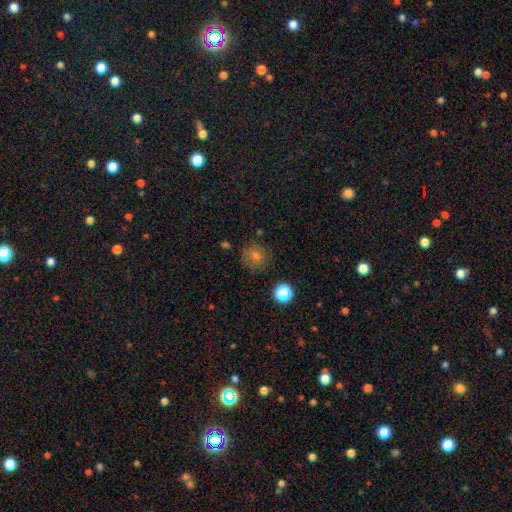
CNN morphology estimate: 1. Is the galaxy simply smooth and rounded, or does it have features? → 65% smooth, 21% star or artifact, 14% featured or disk.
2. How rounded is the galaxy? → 93% round, 6% in between, 1% cigar-shaped.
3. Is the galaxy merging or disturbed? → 84% none, 11% minor disturbance, 3% major disturbance, 2% merger.